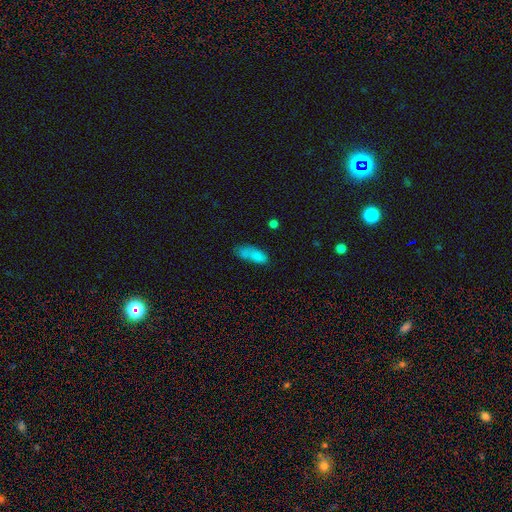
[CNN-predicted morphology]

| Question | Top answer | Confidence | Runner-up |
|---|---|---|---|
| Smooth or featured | smooth | 76% | featured or disk (14%) |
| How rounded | in between | 72% | cigar-shaped (23%) |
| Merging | none | 33% | merger (27%) |